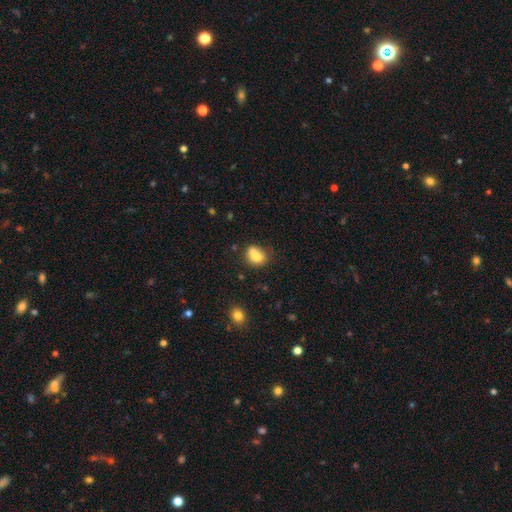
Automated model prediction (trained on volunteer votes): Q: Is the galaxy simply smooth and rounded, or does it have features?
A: smooth — 73%.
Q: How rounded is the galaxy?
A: round — 68%.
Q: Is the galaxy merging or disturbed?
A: merger — 51%.